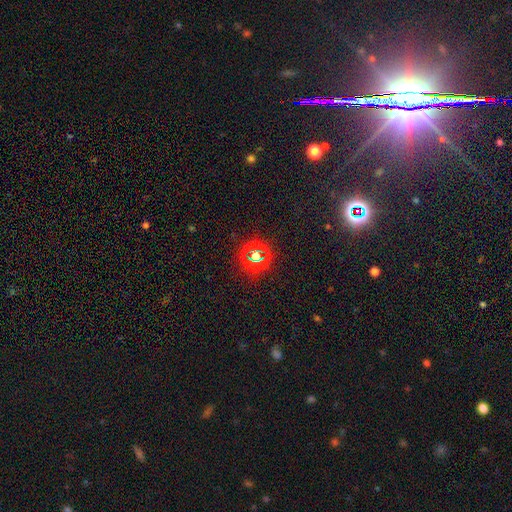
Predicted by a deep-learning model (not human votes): smooth_or_featured: star or artifact (p=0.72) [alt: smooth p=0.19]